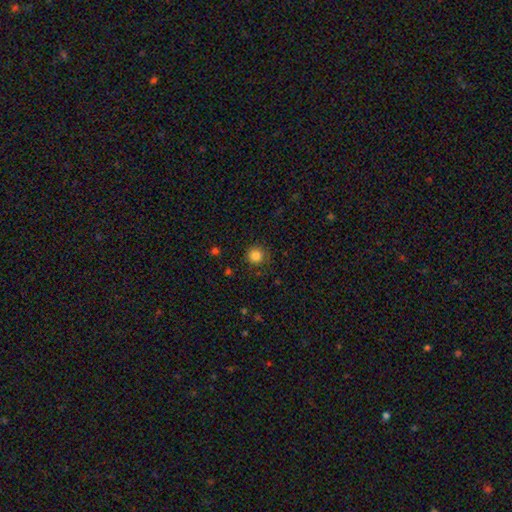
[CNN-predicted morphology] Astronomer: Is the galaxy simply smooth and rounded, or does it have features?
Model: smooth — 84%.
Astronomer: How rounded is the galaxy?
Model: round — 94%.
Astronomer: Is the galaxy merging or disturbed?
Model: none — 85%.